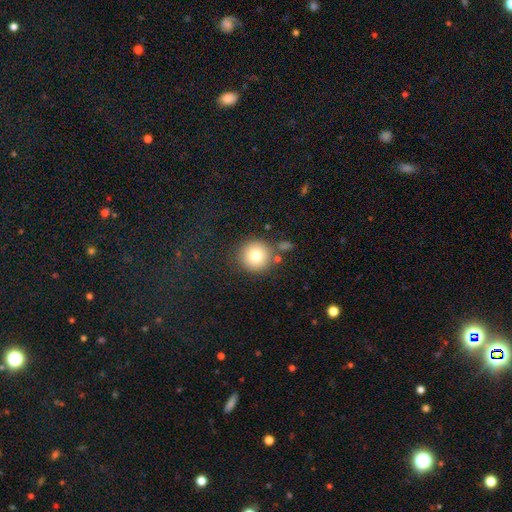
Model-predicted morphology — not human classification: smooth 79%, star or artifact 11%, featured or disk 10%. Down the decision tree: how rounded — round (94%); merging — none (80%).